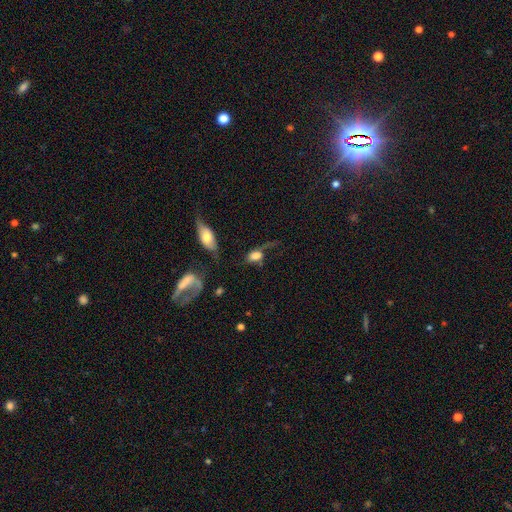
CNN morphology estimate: A smooth galaxy with no disk features (61%) that is in between round and cigar-shaped (74%).

Vote fractions:
- Smooth or featured? smooth: 61% / featured or disk: 29% / star or artifact: 10%
- How rounded? in between: 74% / round: 22% / cigar-shaped: 4%
- Merging? major disturbance: 41% / none: 27% / minor disturbance: 21% / merger: 12%